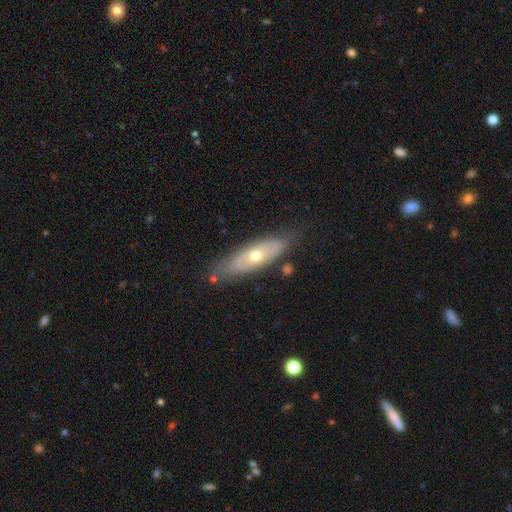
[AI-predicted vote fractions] Morphology: type=featured or disk (49%); merging=none (73%).